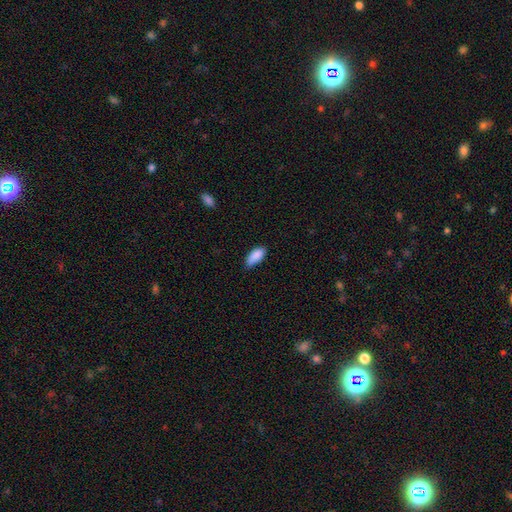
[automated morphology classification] smooth-or-featured: smooth: 88% | star or artifact: 7% | featured or disk: 5%
  how-rounded: in between: 89% | cigar-shaped: 8% | round: 2%
  merging: none: 68% | minor disturbance: 27% | major disturbance: 4% | merger: 2%